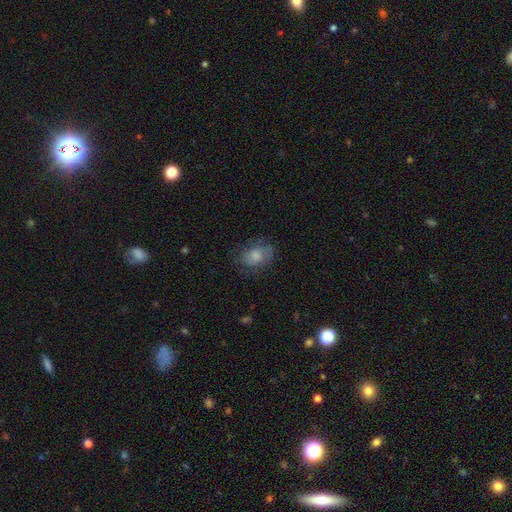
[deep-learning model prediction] A smooth galaxy with no disk features (65%) that is in between round and cigar-shaped (62%).

Vote fractions:
- Smooth or featured? smooth: 65% / featured or disk: 26% / star or artifact: 9%
- How rounded? in between: 62% / round: 37% / cigar-shaped: 1%
- Merging? none: 62% / minor disturbance: 23% / major disturbance: 13% / merger: 1%